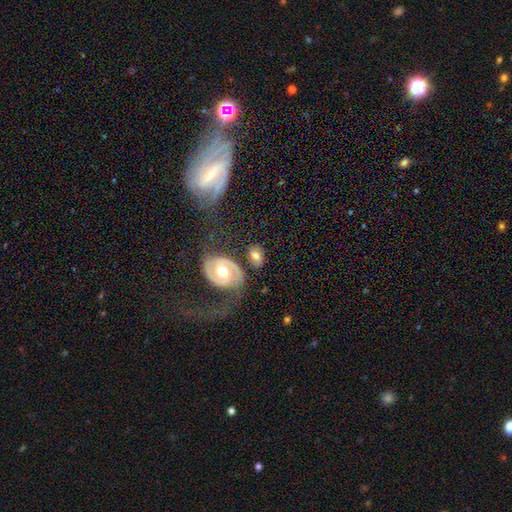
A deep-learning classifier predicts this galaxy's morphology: Smooth or featured: smooth — 53% (featured or disk — 40%)
How rounded: in between — 77% (round — 21%)
Merging: none — 59% (minor disturbance — 18%)